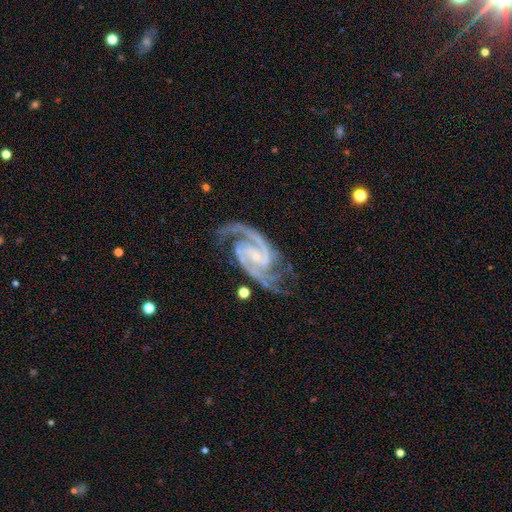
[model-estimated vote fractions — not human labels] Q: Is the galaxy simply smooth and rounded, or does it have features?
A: featured or disk — 93%.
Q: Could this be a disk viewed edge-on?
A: no — 98%.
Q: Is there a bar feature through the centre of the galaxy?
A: no — 41%.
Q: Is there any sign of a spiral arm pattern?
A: yes — 99%.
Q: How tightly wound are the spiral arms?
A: medium — 57%.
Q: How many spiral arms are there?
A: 2 — 81%.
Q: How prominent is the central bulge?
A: small — 79%.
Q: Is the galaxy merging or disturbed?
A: none — 71%.